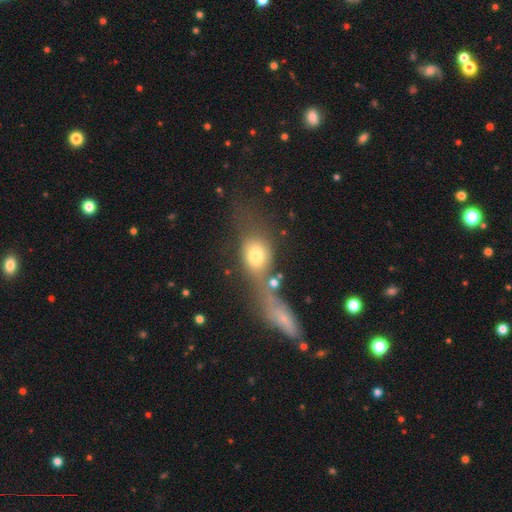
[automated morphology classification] The model was most divided on "merging": merger: 41%, none: 30%, major disturbance: 16%, minor disturbance: 13%. More confident: smooth or featured — smooth (67%); how rounded — in between (61%).